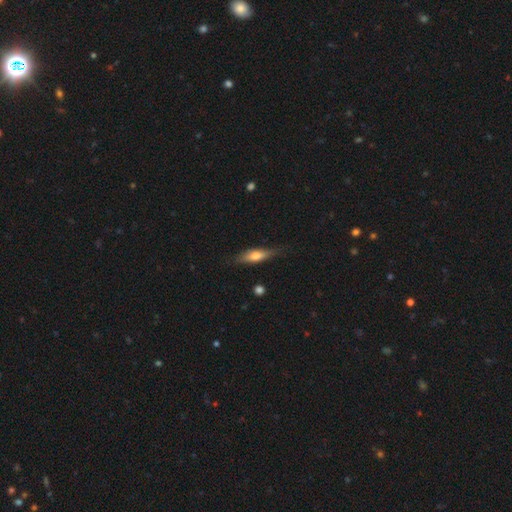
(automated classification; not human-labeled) Q: Smooth or featured?
A: smooth (57%); runner-up: featured or disk (37%)
Q: How rounded?
A: cigar-shaped (60%); runner-up: in between (38%)
Q: Merging?
A: none (76%); runner-up: minor disturbance (18%)